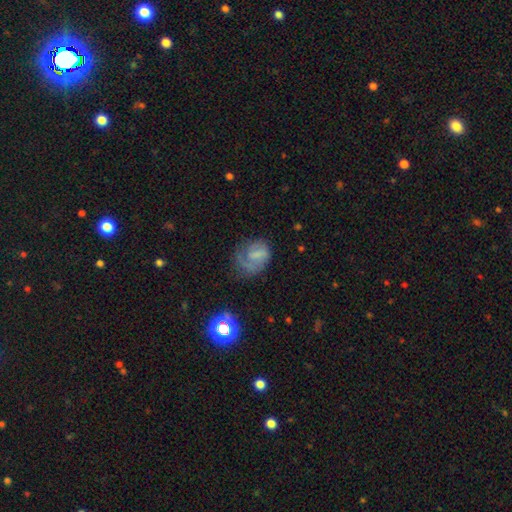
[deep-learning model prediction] featured or disk 50%, smooth 38%, star or artifact 12%. Down the decision tree: edge-on disk — no (97%); merging — none (41%).